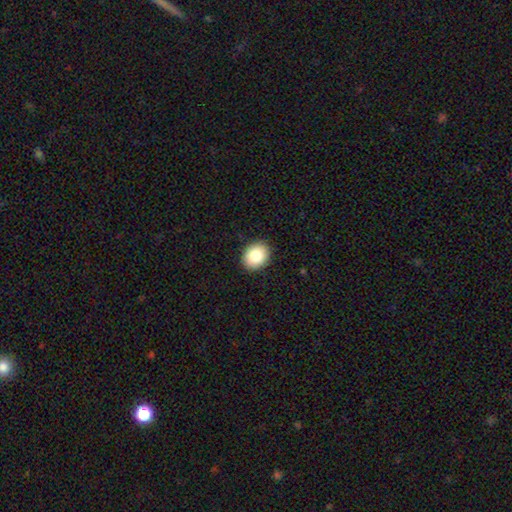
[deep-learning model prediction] Smooth or featured: smooth — 84% (star or artifact — 8%)
How rounded: in between — 54% (round — 45%)
Merging: none — 91% (minor disturbance — 6%)